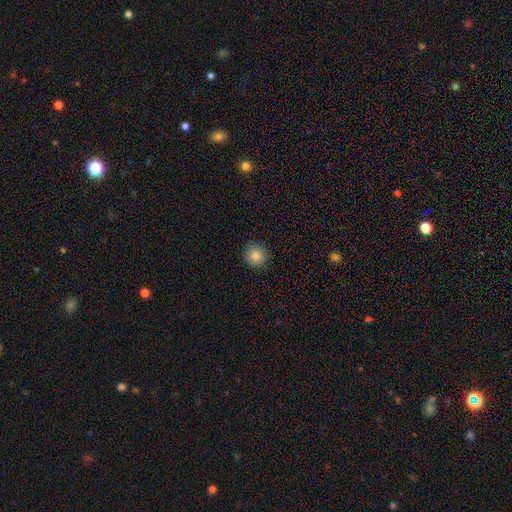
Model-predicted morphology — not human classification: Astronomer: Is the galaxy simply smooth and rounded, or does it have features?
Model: smooth — 83%.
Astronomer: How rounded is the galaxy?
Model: round — 91%.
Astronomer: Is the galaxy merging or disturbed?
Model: none — 87%.